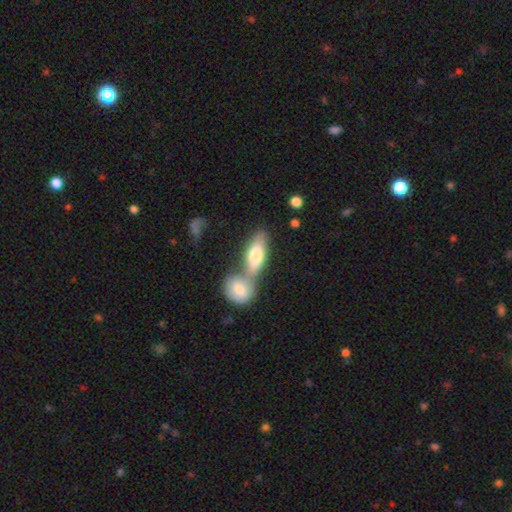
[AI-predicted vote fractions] Overall: smooth (72%). How rounded: in between (73%). Merging: merger (49%; none 39%).